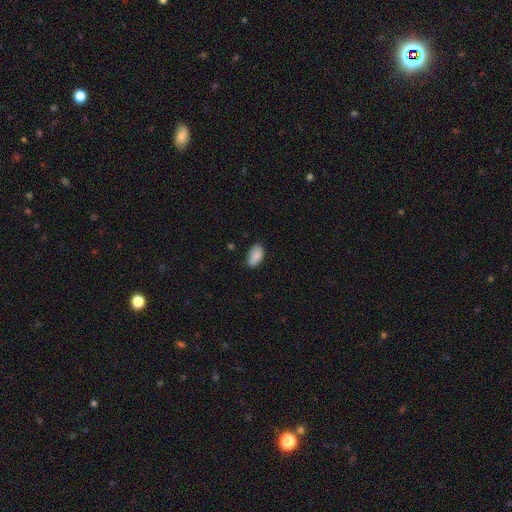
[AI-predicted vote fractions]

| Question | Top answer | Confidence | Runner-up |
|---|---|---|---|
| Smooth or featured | smooth | 88% | star or artifact (7%) |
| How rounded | in between | 94% | round (4%) |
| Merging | none | 73% | minor disturbance (22%) |